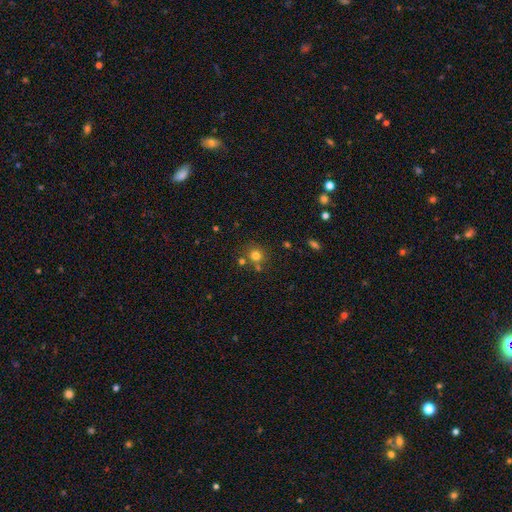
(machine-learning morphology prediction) Smooth or featured? smooth (74%)
How rounded? round (87%)
Merging? none (69%)